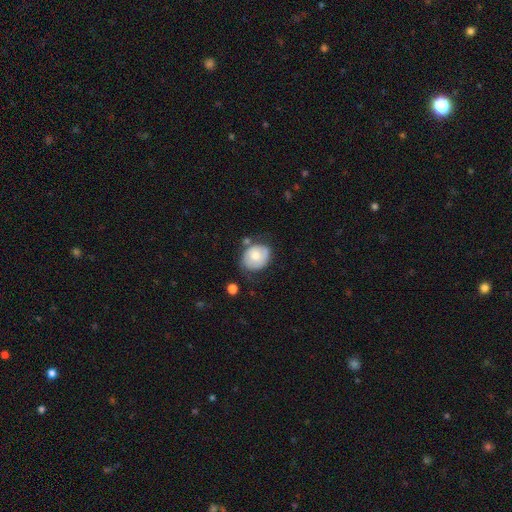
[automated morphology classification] type=smooth (60%); roundness=round (55%); merging=none (56%).